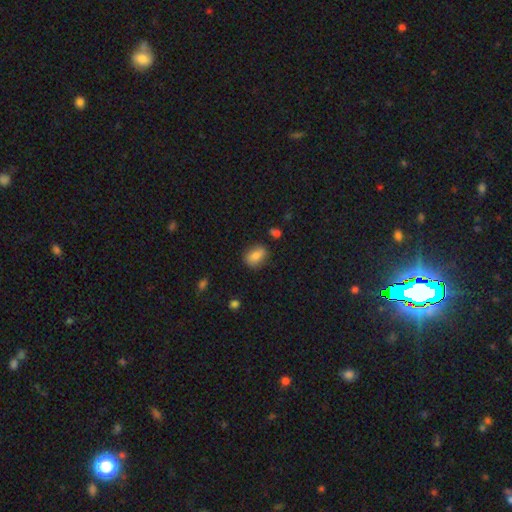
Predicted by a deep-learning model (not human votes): This appears to be a smooth galaxy with no disk features (81%) that is in between round and cigar-shaped (68%). Merging: none (78%).